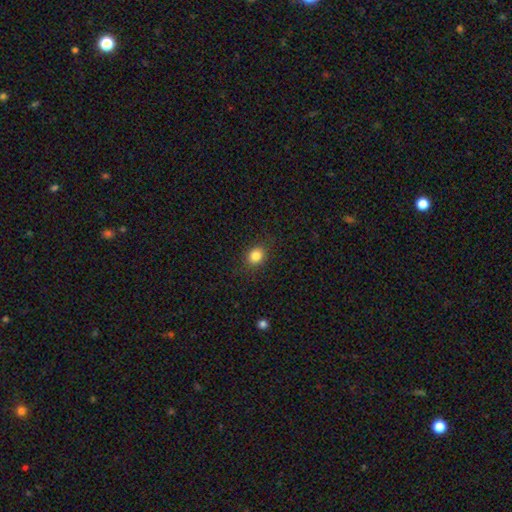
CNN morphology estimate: Smooth or featured? Predicted: smooth (p=0.84). How rounded? Predicted: round (p=0.57). Merging? Predicted: none (p=0.88).